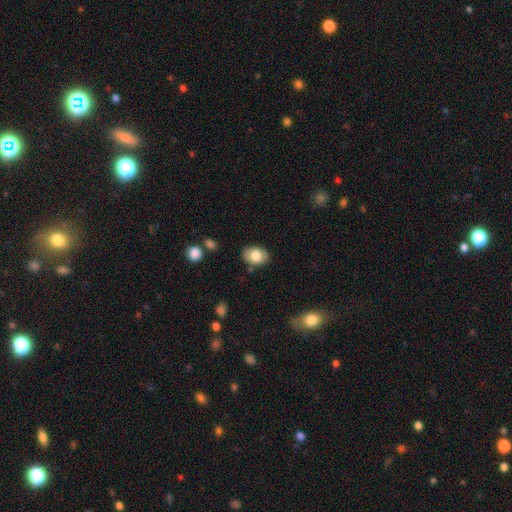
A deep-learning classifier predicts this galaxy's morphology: A smooth galaxy with no disk features (78%) that is in between round and cigar-shaped (81%).

Vote fractions:
- Smooth or featured? smooth: 78% / featured or disk: 14% / star or artifact: 7%
- How rounded? in between: 81% / round: 17% / cigar-shaped: 1%
- Merging? none: 82% / minor disturbance: 13% / major disturbance: 3% / merger: 2%